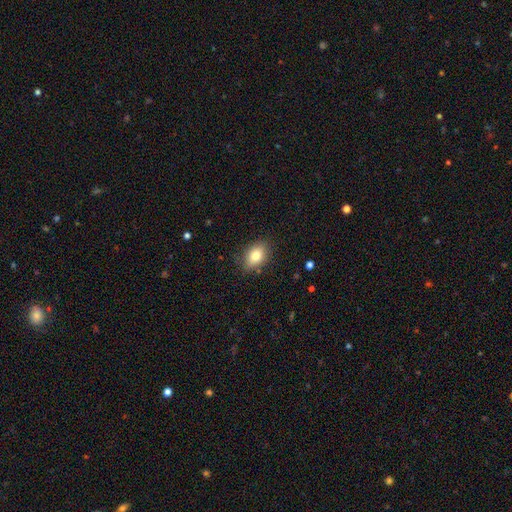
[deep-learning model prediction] Smooth or featured? Predicted: smooth (p=0.80). How rounded? Predicted: in between (p=0.80). Merging? Predicted: none (p=0.81).